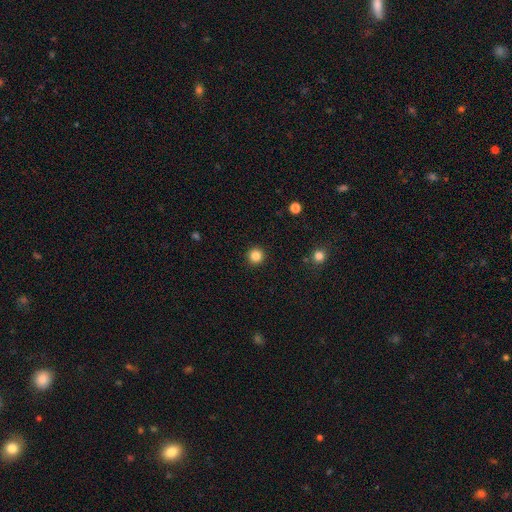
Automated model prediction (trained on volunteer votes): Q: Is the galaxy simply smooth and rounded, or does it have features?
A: smooth — 84%.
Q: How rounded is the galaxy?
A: round — 96%.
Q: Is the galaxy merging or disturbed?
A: none — 93%.